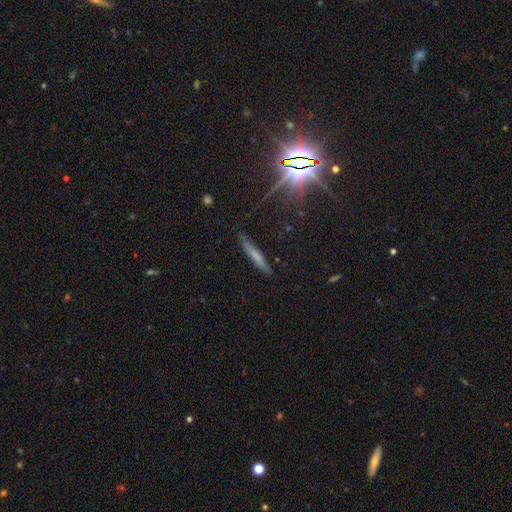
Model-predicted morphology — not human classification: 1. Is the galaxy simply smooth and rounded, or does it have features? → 60% smooth, 29% featured or disk, 11% star or artifact.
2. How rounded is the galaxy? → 94% cigar-shaped, 4% in between, 2% round.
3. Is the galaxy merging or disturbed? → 85% none, 11% minor disturbance, 2% major disturbance, 2% merger.